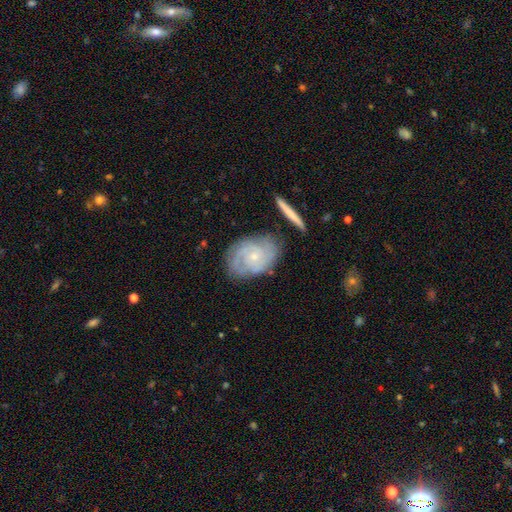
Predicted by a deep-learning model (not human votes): A featured or disk galaxy (79%) with no bar (75%), tight (66%) spiral arms (93%) and a small central bulge (73%).

Vote fractions:
- Smooth or featured? featured or disk: 79% / smooth: 15% / star or artifact: 6%
- Edge-on disk? no: 96% / yes: 4%
- Bar? no: 75% / weak: 21% / strong: 4%
- Spiral arms? yes: 93% / no: 7%
- Spiral winding? tight: 66% / medium: 27% / loose: 7%
- Spiral arm count? can't tell: 32% / 2: 31% / 3: 20% / 4: 8% / 1: 5% / more than 4: 4%
- Bulge size? small: 73% / moderate: 23% / none: 2% / large: 1% / dominant: 1%
- Merging? none: 73% / minor disturbance: 18% / major disturbance: 6% / merger: 3%